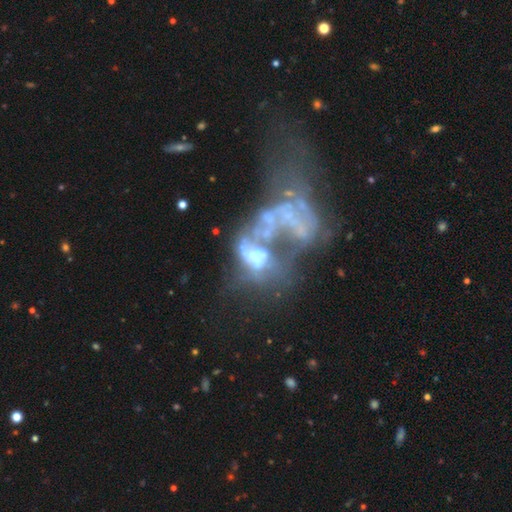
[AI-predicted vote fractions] smooth-or-featured: featured or disk: 66% | smooth: 17% | star or artifact: 17%
  disk-edge-on: no: 98% | yes: 2%
    bar: no: 86% | weak: 9% | strong: 5%
    has-spiral-arms: no: 84% | yes: 16%
    bulge-size: none: 60% | moderate: 17% | small: 10% | large: 9% | dominant: 4%
  merging: merger: 47% | major disturbance: 37% | none: 10% | minor disturbance: 6%